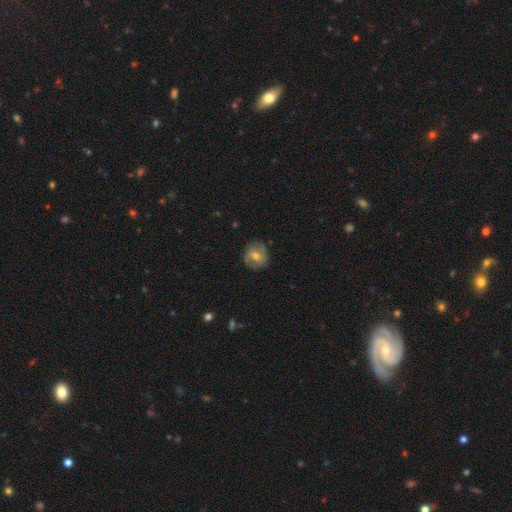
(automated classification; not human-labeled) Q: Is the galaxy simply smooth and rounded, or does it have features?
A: smooth — 55%.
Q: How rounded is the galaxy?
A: round — 84%.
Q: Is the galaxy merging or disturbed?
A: none — 81%.